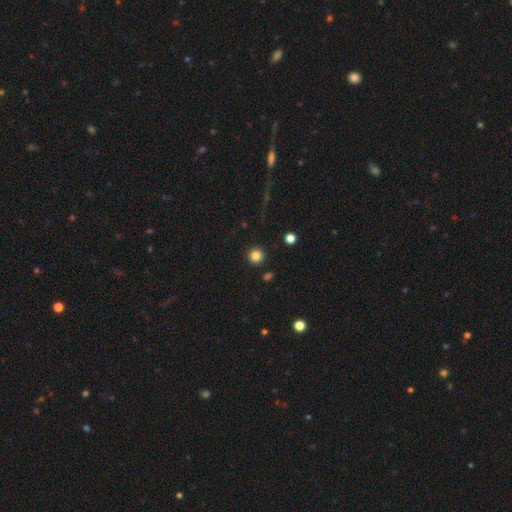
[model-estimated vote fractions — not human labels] Q: Smooth or featured?
A: smooth (84%); runner-up: star or artifact (12%)
Q: How rounded?
A: round (95%); runner-up: in between (4%)
Q: Merging?
A: none (92%); runner-up: minor disturbance (5%)